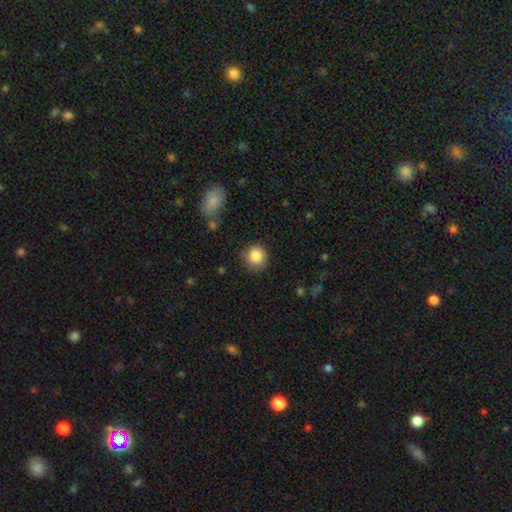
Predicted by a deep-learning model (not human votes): Morphology: type=smooth (87%); roundness=round (90%); merging=none (82%).